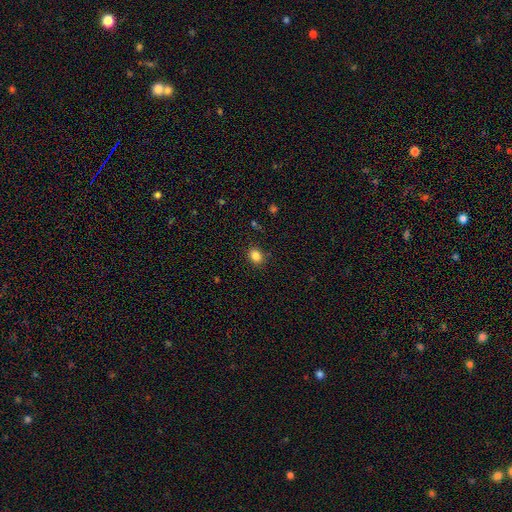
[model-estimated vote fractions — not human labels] Smooth or featured?
  - smooth: 85% *
  - star or artifact: 11%
  - featured or disk: 4%
How rounded?
  - round: 53% *
  - in between: 47%
  - cigar-shaped: 1%
Merging?
  - none: 88% *
  - minor disturbance: 9%
  - major disturbance: 2%
  - merger: 1%